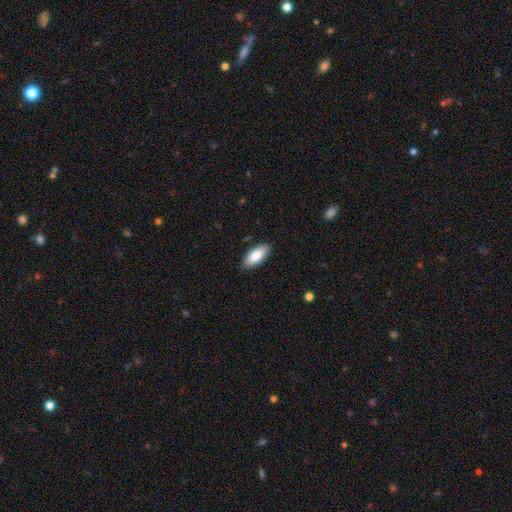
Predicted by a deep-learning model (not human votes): This appears to be a smooth galaxy with no disk features (81%) that is in between round and cigar-shaped (85%). Merging: none (88%).